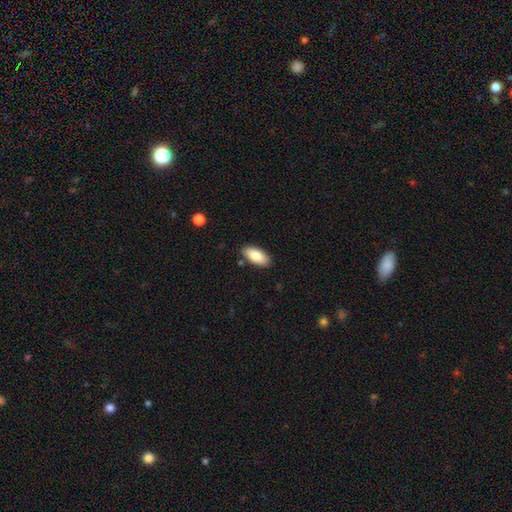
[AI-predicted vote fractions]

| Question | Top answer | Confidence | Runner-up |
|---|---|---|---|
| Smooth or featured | smooth | 85% | featured or disk (9%) |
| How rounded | in between | 92% | cigar-shaped (6%) |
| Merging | none | 87% | minor disturbance (9%) |